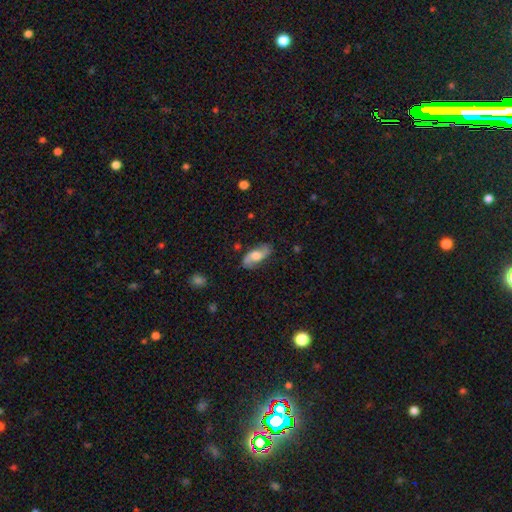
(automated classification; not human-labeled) Smooth or featured: featured or disk — 55% (smooth — 39%)
Edge-on disk: no — 88% (yes — 12%)
Merging: none — 79% (minor disturbance — 15%)